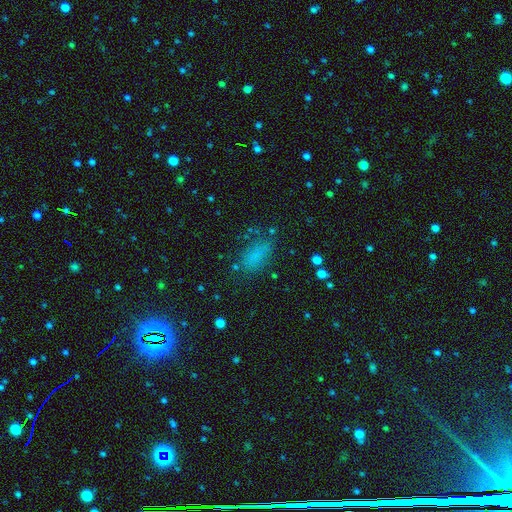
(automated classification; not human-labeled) Smooth or featured? Predicted: smooth (p=0.73). How rounded? Predicted: in between (p=0.84). Merging? Predicted: none (p=0.70).